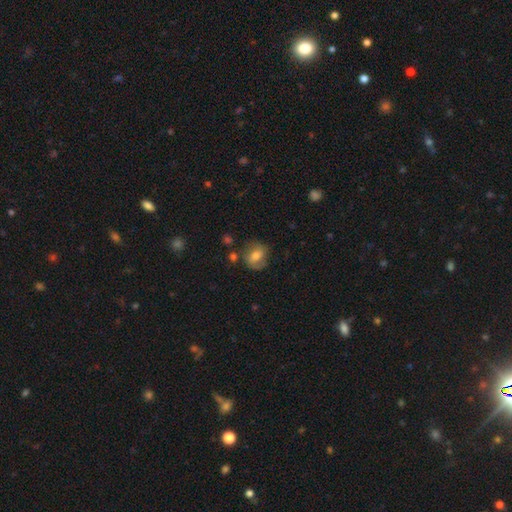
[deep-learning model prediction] The model was most divided on "how rounded": round: 51%, in between: 47%, cigar-shaped: 2%. More confident: merging — none (63%); smooth or featured — smooth (59%).